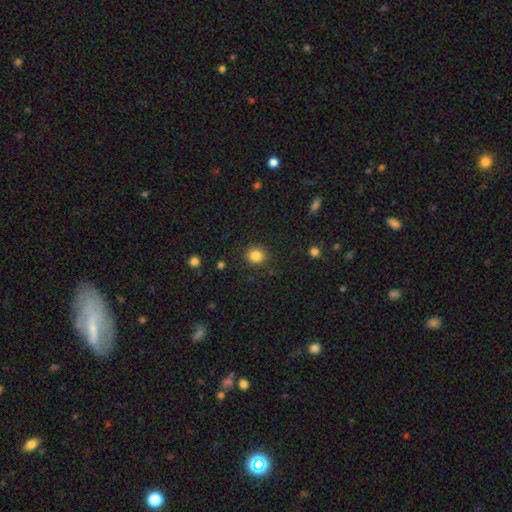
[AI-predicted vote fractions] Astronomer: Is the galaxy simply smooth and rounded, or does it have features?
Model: smooth — 85%.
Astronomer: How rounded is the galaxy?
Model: round — 74%.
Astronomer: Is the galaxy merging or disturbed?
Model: none — 88%.